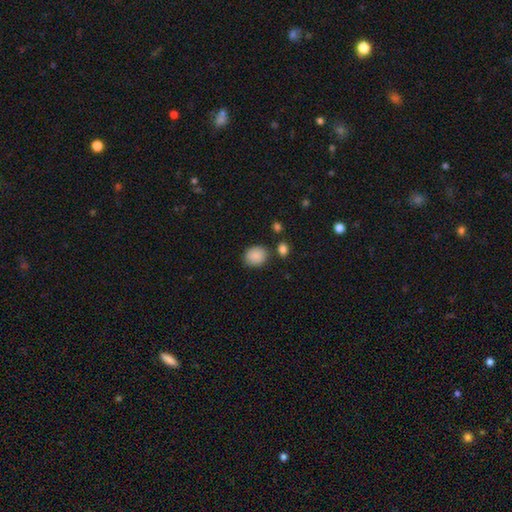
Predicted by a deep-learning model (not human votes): This appears to be a smooth galaxy with no disk features (89%) that is round (61%). Merging: none (80%).